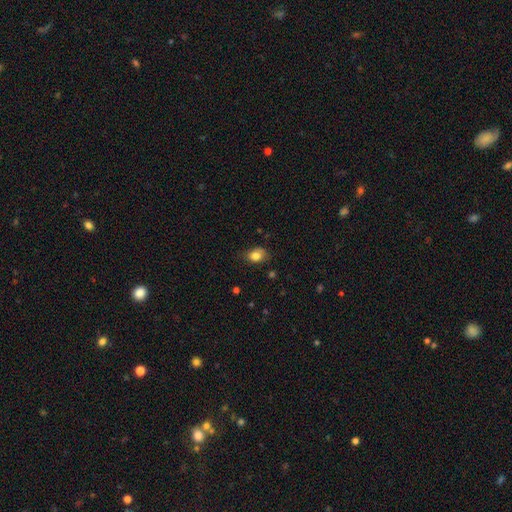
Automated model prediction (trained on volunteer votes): Smooth or featured? Predicted: smooth (p=0.81). How rounded? Predicted: in between (p=0.73). Merging? Predicted: none (p=0.68).